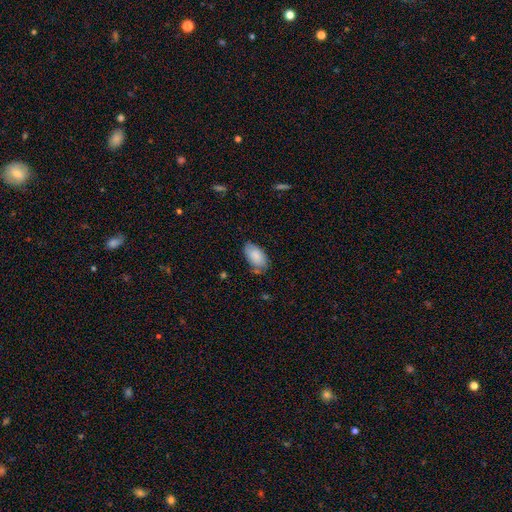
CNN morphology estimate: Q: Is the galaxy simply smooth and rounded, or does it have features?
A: smooth — 84%.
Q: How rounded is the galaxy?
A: in between — 95%.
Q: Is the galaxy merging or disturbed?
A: none — 69%.